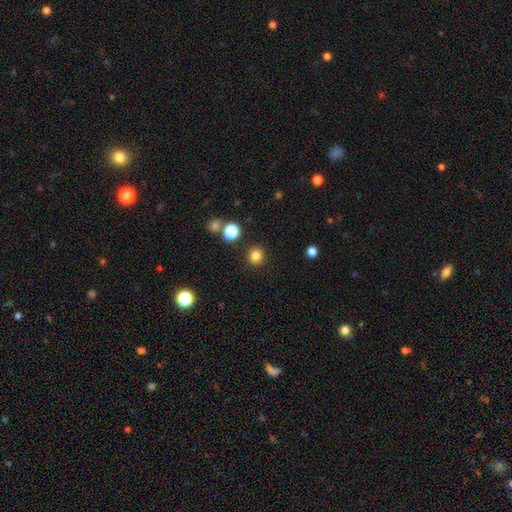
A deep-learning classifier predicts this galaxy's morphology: This is clearly a smooth galaxy (83%). How rounded: clearly round (92%). Merging: clearly none (90%).